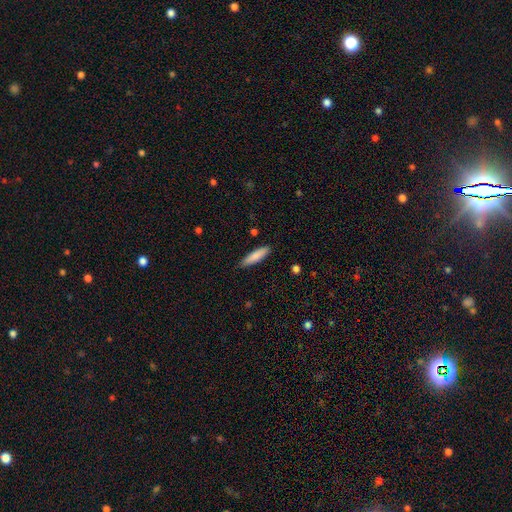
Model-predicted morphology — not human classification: This appears to be a smooth galaxy with no disk features (82%) that is cigar-shaped (74%). Merging: none (85%).